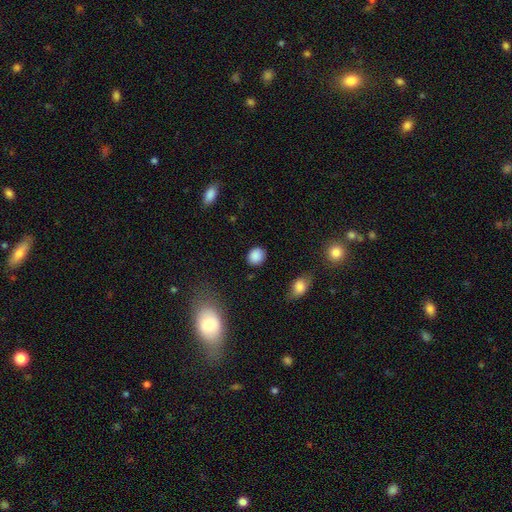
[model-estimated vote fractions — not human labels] Overall: smooth (87%). How rounded: round (65%; in between 34%). Merging: none (86%).